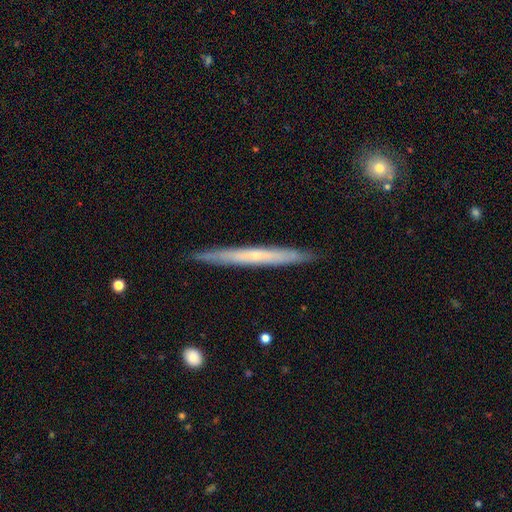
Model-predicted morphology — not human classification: smooth-or-featured: featured or disk: 60% | smooth: 34% | star or artifact: 6%
  disk-edge-on: yes: 95% | no: 5%
    edge-on-bulge: none: 64% | rounded: 33% | boxy: 3%
  merging: none: 91% | minor disturbance: 7% | major disturbance: 1% | merger: 1%